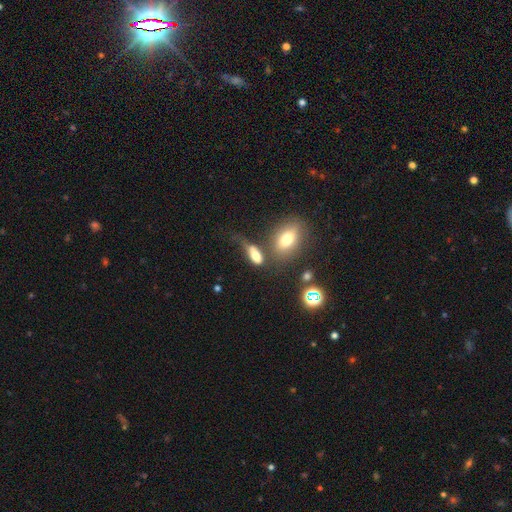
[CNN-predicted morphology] smooth 71%, featured or disk 17%, star or artifact 13%. Down the decision tree: how rounded — in between (75%); merging — none (32%).